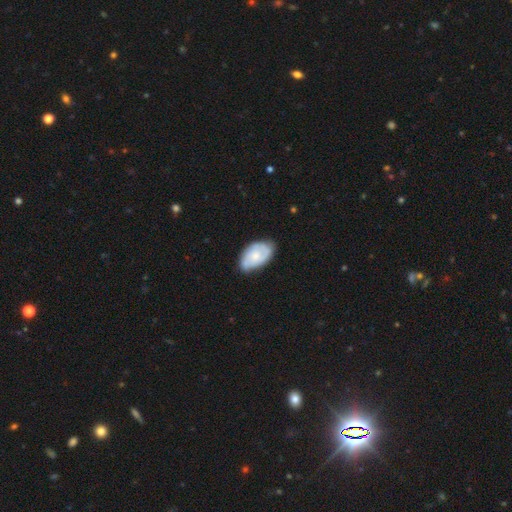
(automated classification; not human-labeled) Smooth or featured?
  - featured or disk: 47% * (tied)
  - smooth: 47% * (tied)
  - star or artifact: 6%
Merging?
  - none: 62% *
  - minor disturbance: 30%
  - major disturbance: 6%
  - merger: 2%